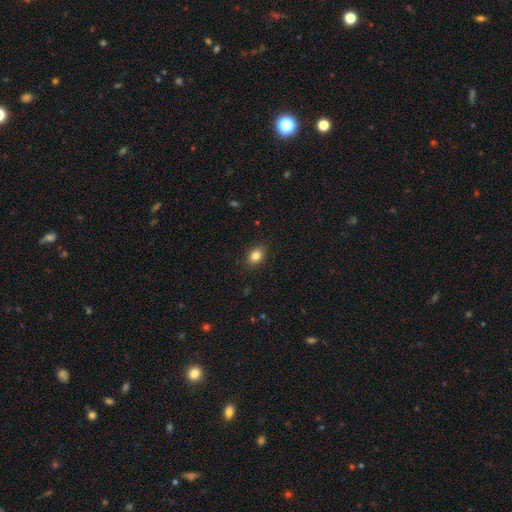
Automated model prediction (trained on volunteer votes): smooth_or_featured: smooth (p=0.82) [alt: star or artifact p=0.10]
how_rounded: in between (p=0.67) [alt: round p=0.32]
merging: none (p=0.86) [alt: minor disturbance p=0.10]